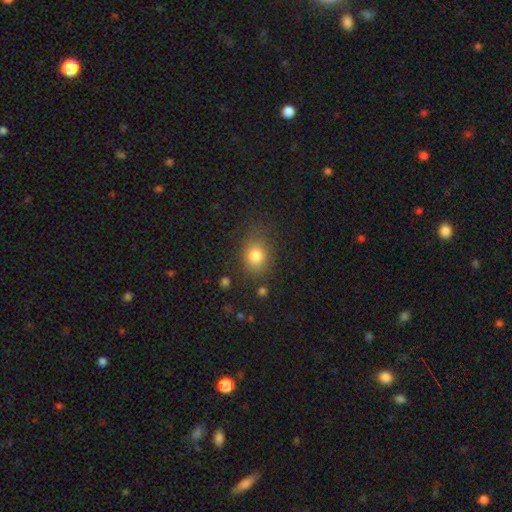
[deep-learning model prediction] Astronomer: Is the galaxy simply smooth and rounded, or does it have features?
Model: smooth — 81%.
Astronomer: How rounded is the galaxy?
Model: round — 50% (runner-up: in between, 49%).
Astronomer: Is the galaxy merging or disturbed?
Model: none — 76%.